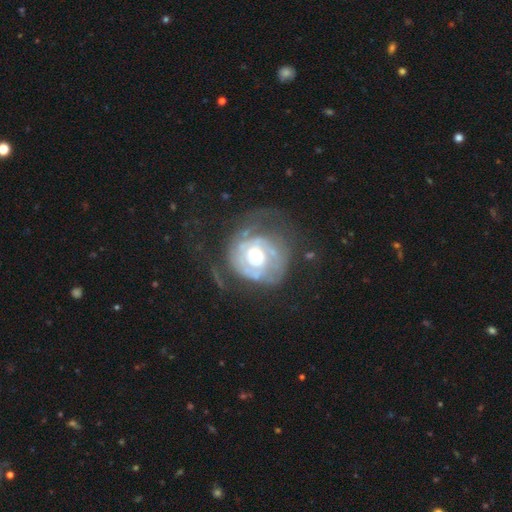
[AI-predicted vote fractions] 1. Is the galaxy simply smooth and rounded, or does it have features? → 78% featured or disk, 16% smooth, 7% star or artifact.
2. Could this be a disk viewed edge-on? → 97% no, 3% yes.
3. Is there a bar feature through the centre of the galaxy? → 74% no, 20% weak, 5% strong.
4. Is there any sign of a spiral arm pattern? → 79% yes, 21% no.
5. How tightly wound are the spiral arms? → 58% tight, 28% medium, 14% loose.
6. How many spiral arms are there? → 39% can't tell, 30% 2, 13% 1, 10% 3, 4% 4, 4% more than 4.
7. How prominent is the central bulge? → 64% moderate, 24% large, 9% small, 2% dominant, 1% none.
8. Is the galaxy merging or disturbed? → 44% none, 32% major disturbance, 21% minor disturbance, 2% merger.